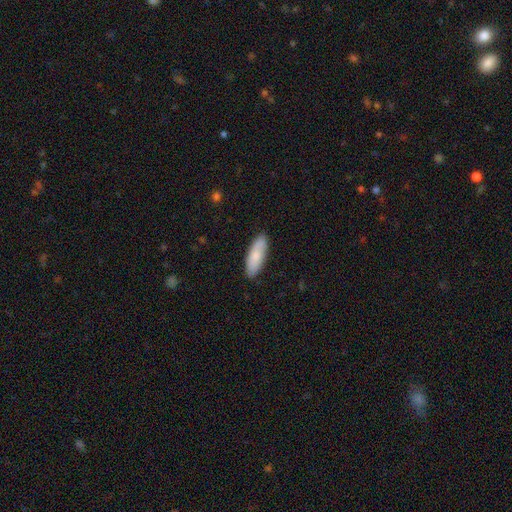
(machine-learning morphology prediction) smooth_or_featured: smooth (p=0.80) [alt: featured or disk p=0.15]
how_rounded: in between (p=0.63) [alt: cigar-shaped p=0.36]
merging: none (p=0.85) [alt: minor disturbance p=0.12]